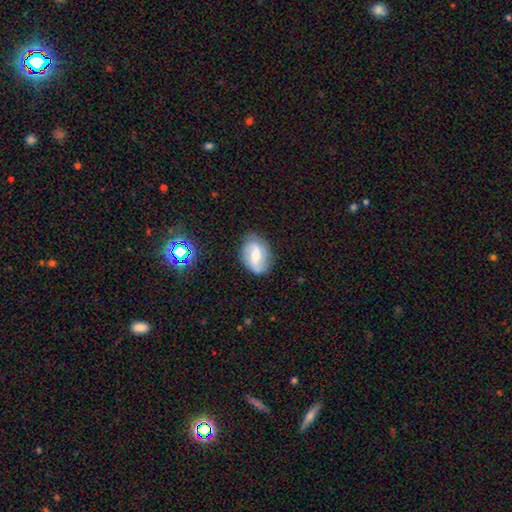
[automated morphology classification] A featured or disk galaxy (65%) with a weak bar (47%), 2 (83%) loose (51%) spiral arms (89%) and a moderate central bulge (48%). Merging: none (78%).